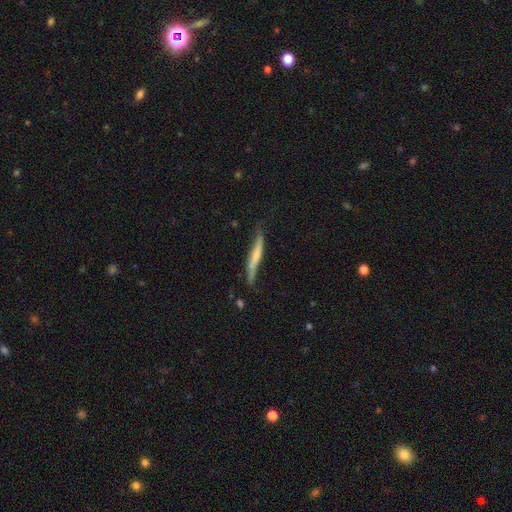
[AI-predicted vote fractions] A smooth galaxy with no disk features (56%) that is cigar-shaped (94%).

Vote fractions:
- Smooth or featured? smooth: 56% / featured or disk: 38% / star or artifact: 5%
- How rounded? cigar-shaped: 94% / in between: 5% / round: 1%
- Merging? none: 64% / minor disturbance: 27% / major disturbance: 6% / merger: 3%